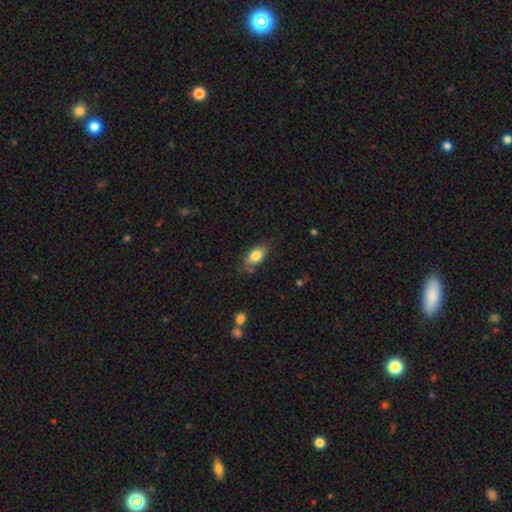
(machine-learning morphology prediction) Overall: smooth (80%). How rounded: in between (86%). Merging: none (73%).